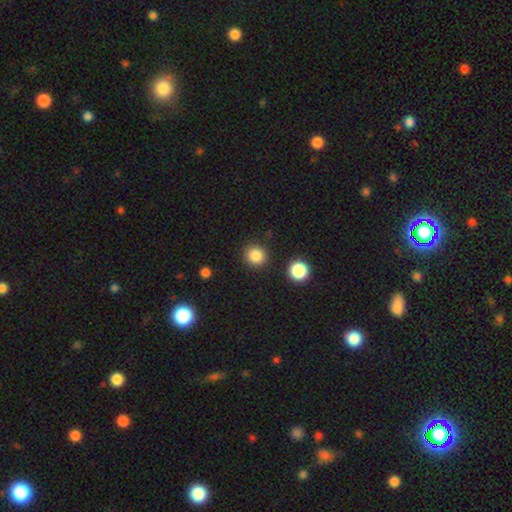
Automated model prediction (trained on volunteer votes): This appears to be a smooth galaxy with no disk features (85%) that is round (91%). Merging: none (88%).